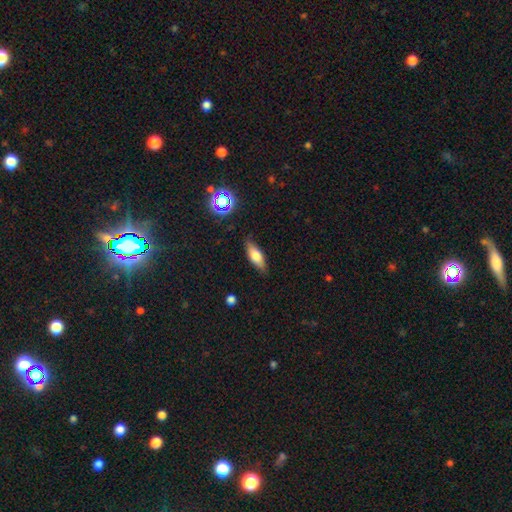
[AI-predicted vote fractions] smooth 66%, featured or disk 25%, star or artifact 9%. Down the decision tree: how rounded — in between (65%); merging — none (84%).